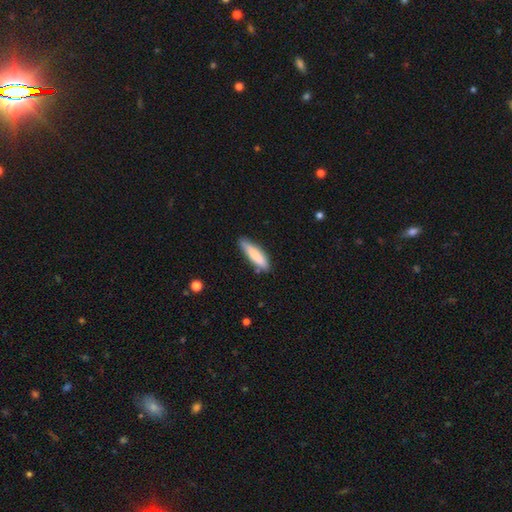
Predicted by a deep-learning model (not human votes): Q: Smooth or featured?
A: smooth (77%); runner-up: featured or disk (17%)
Q: How rounded?
A: cigar-shaped (65%); runner-up: in between (33%)
Q: Merging?
A: none (81%); runner-up: minor disturbance (15%)